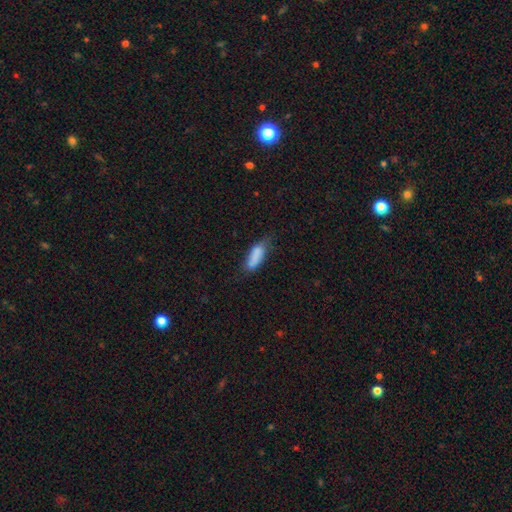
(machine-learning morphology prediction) smooth_or_featured: smooth (p=0.80) [alt: featured or disk p=0.12]
how_rounded: in between (p=0.64) [alt: cigar-shaped p=0.33]
merging: none (p=0.48) [alt: minor disturbance p=0.34]